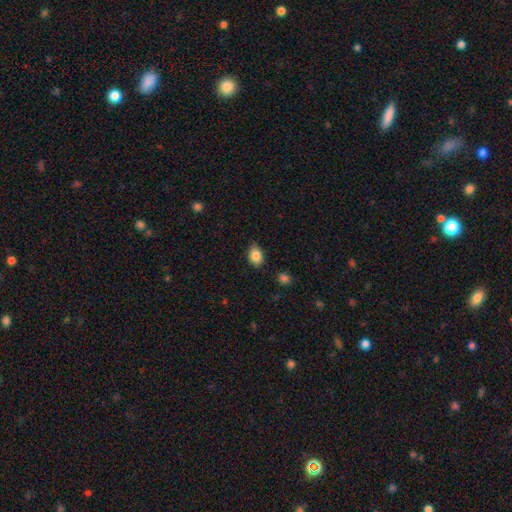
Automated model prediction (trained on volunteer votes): Morphology: type=smooth (86%); roundness=in between (72%); merging=none (83%).